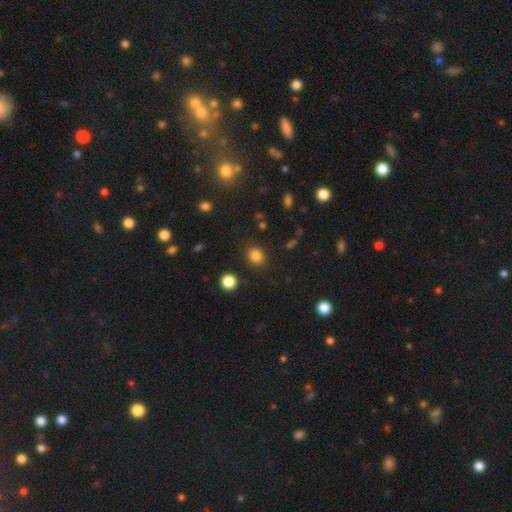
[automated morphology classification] The model was most divided on "how rounded": round: 72%, in between: 27%, cigar-shaped: 1%. More confident: merging — none (87%); smooth or featured — smooth (83%).